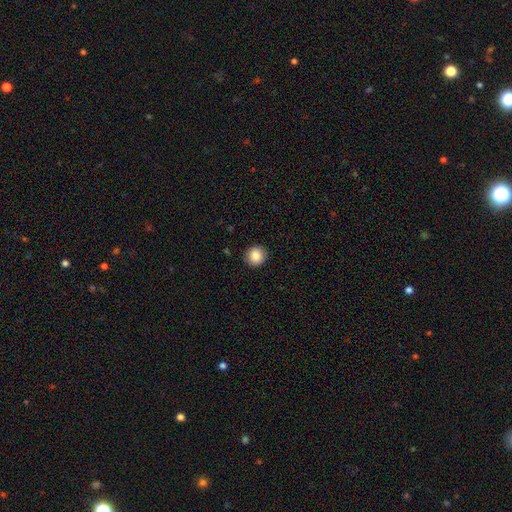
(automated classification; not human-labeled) This appears to be a smooth galaxy with no disk features (87%) that is round (94%). Merging: none (93%).